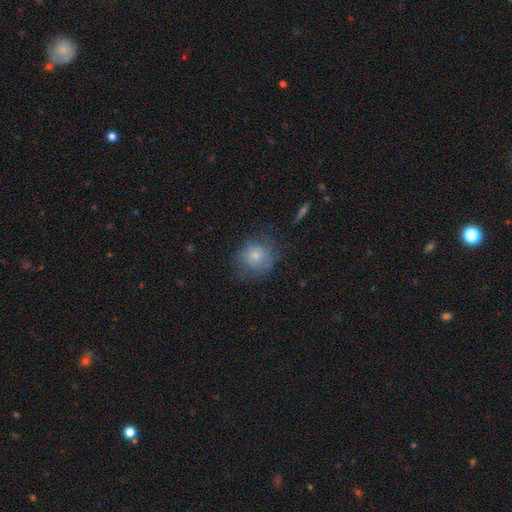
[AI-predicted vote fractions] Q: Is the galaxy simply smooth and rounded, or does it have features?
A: smooth — 73%.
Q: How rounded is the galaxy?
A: round — 81%.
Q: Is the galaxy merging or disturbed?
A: none — 60%.